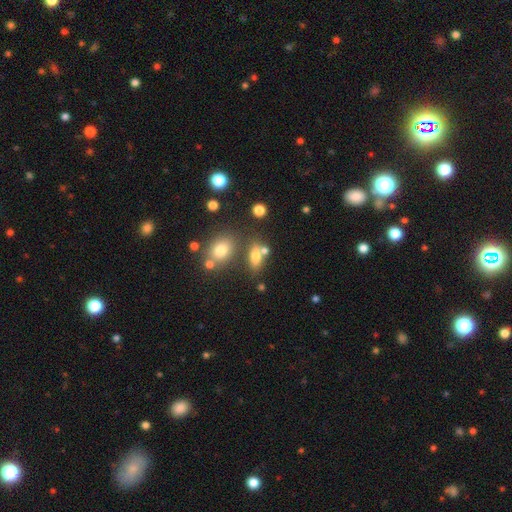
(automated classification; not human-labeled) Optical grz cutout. It shows a smooth galaxy with no disk features (71%) that is in between round and cigar-shaped (74%). Merging: none (55%).